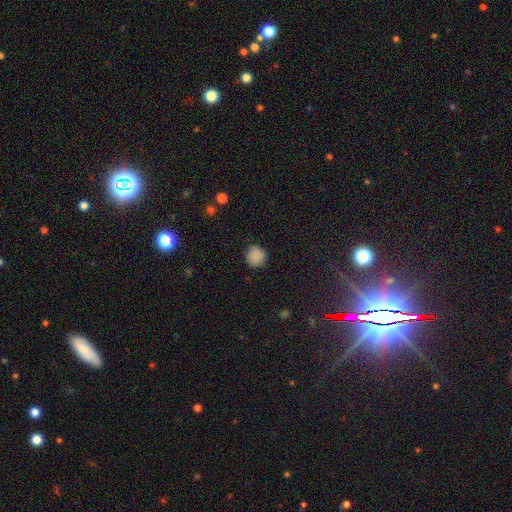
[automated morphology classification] This appears to be a smooth galaxy with no disk features (87%) that is round (91%). Merging: none (87%).